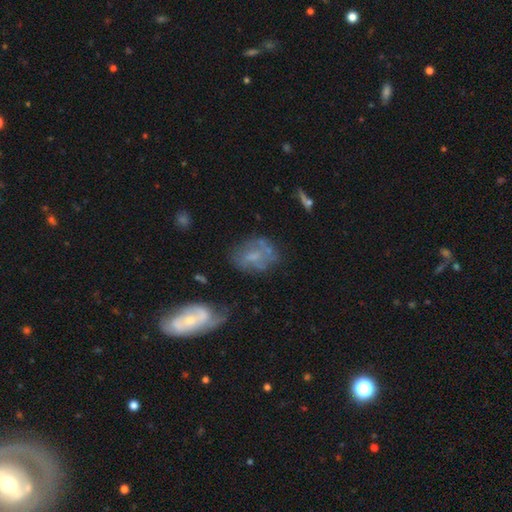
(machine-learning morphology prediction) Smooth or featured? featured or disk (52%)
Edge-on disk? no (96%)
Bar? no (64%)
Spiral arms? yes (55%)
Bulge size? small (43%)
Merging? none (52%)